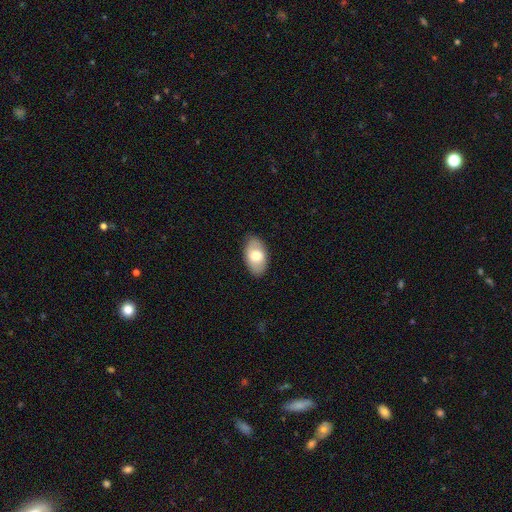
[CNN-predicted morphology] The model was most divided on "smooth or featured": smooth: 68%, featured or disk: 26%, star or artifact: 6%. More confident: how rounded — in between (94%); merging — none (85%).